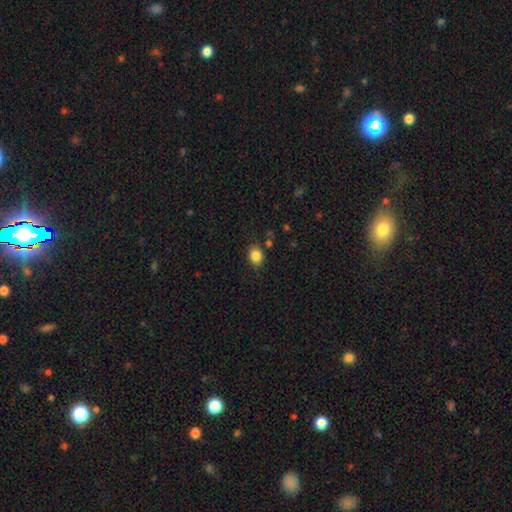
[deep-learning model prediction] smooth 85%, star or artifact 10%, featured or disk 5%. Down the decision tree: how rounded — round (55%); merging — none (82%).